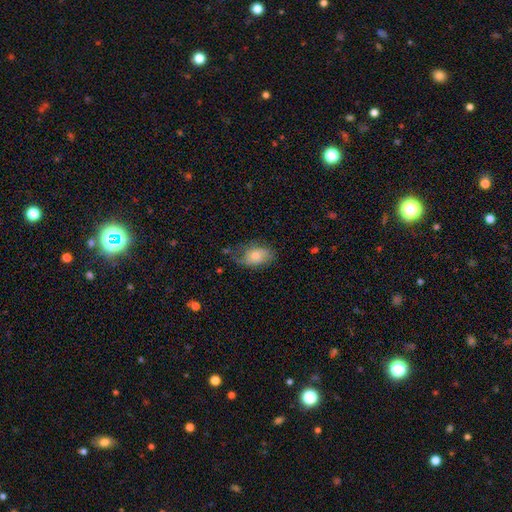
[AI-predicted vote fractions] A smooth galaxy with no disk features (62%) that is in between round and cigar-shaped (85%).

Vote fractions:
- Smooth or featured? smooth: 62% / featured or disk: 31% / star or artifact: 8%
- How rounded? in between: 85% / round: 13% / cigar-shaped: 2%
- Merging? none: 45% / minor disturbance: 33% / major disturbance: 19% / merger: 3%